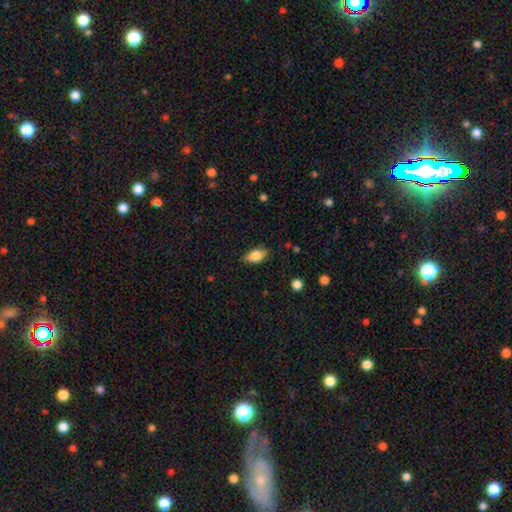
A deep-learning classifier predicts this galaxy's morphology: smooth_or_featured: smooth (p=0.81) [alt: featured or disk p=0.11]
how_rounded: in between (p=0.88) [alt: cigar-shaped p=0.07]
merging: none (p=0.82) [alt: minor disturbance p=0.14]